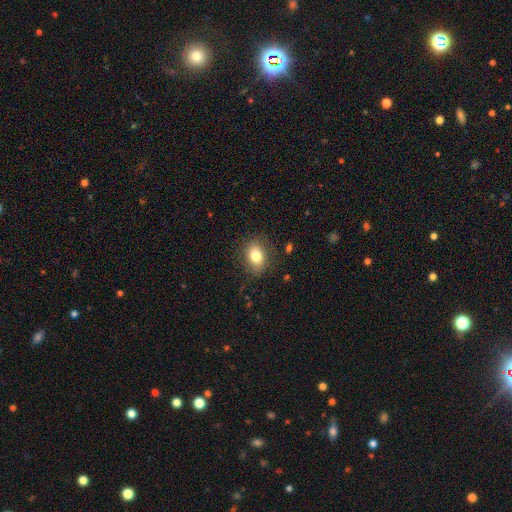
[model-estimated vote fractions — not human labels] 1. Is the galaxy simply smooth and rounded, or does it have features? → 80% smooth, 10% featured or disk, 10% star or artifact.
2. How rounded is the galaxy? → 64% in between, 34% round, 1% cigar-shaped.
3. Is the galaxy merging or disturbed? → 84% none, 12% minor disturbance, 4% major disturbance, 1% merger.